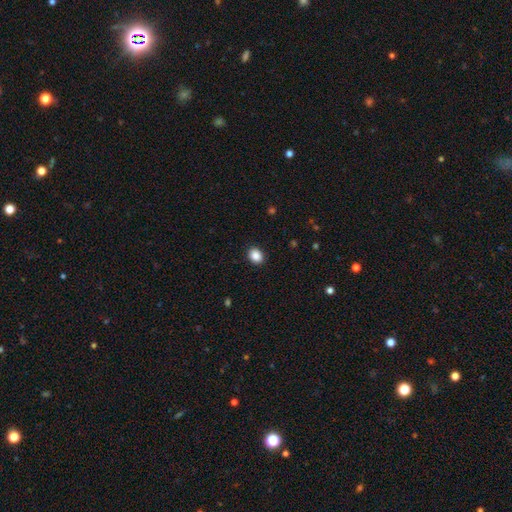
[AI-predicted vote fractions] Smooth or featured? Predicted: smooth (p=0.89). How rounded? Predicted: in between (p=0.54). Merging? Predicted: none (p=0.90).